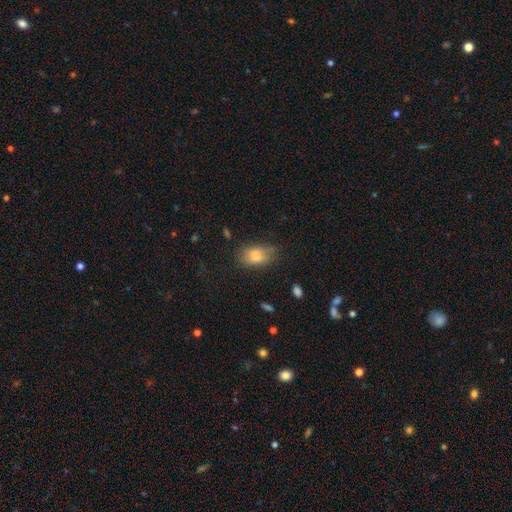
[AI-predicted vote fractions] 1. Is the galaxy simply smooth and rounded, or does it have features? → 77% smooth, 14% featured or disk, 9% star or artifact.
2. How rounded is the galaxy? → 89% in between, 8% round, 3% cigar-shaped.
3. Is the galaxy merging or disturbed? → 61% none, 28% minor disturbance, 8% major disturbance, 2% merger.